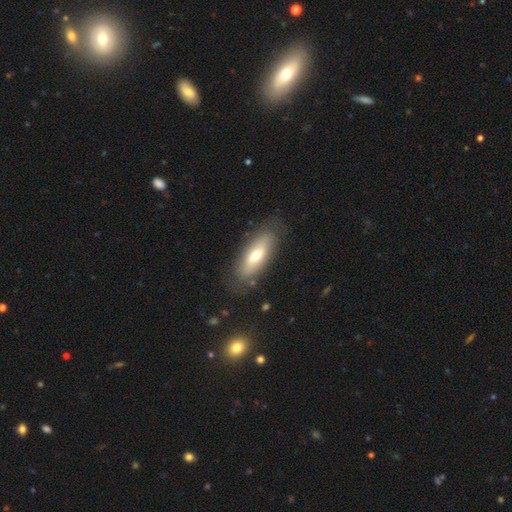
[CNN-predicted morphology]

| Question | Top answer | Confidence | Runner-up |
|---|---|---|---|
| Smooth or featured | smooth | 57% | featured or disk (37%) |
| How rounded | in between | 70% | cigar-shaped (28%) |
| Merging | none | 81% | minor disturbance (14%) |